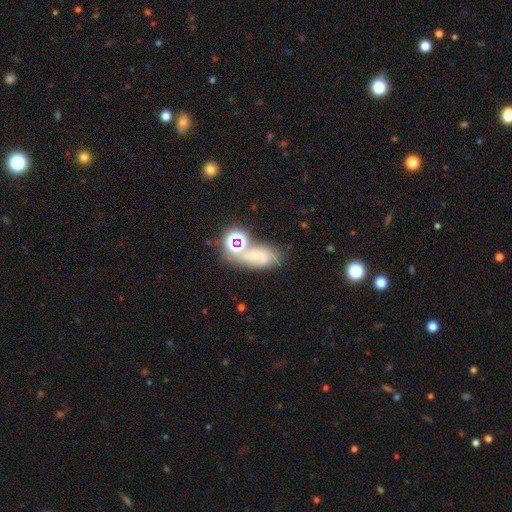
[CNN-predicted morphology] This is marginally a featured or disk galaxy (36%). Merging: possibly none (46%).